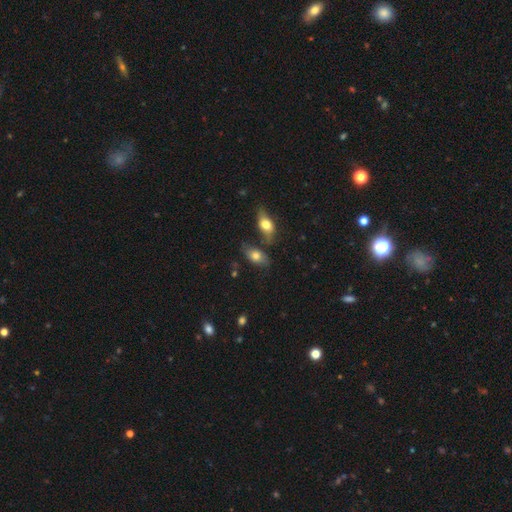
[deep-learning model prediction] Q: Smooth or featured?
A: smooth (73%); runner-up: featured or disk (18%)
Q: How rounded?
A: in between (89%); runner-up: round (8%)
Q: Merging?
A: none (61%); runner-up: minor disturbance (19%)